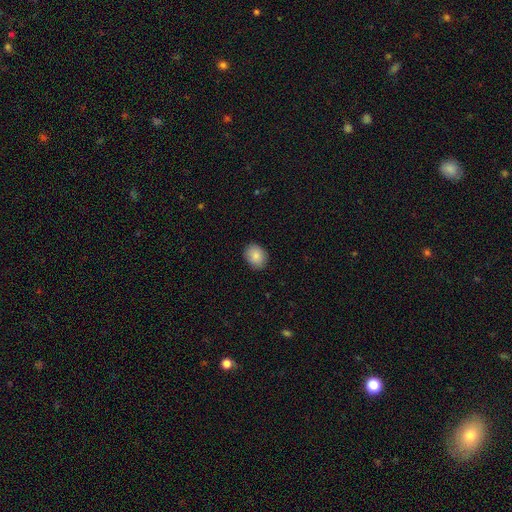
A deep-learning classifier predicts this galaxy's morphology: A smooth galaxy with no disk features (87%) that is in between round and cigar-shaped (56%). Merging: none (88%).